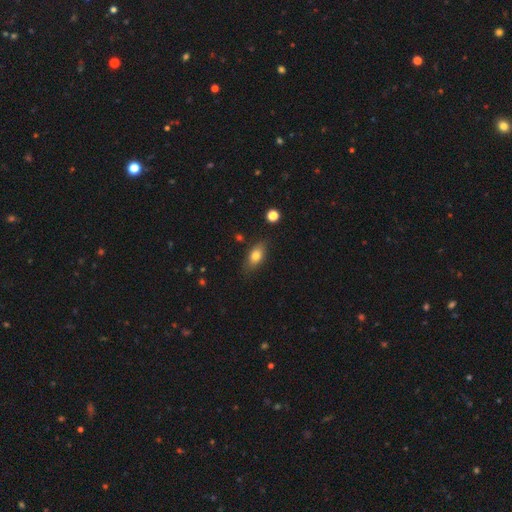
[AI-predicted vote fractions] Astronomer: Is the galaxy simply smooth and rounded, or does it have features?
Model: smooth — 76%.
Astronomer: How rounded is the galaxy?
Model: in between — 84%.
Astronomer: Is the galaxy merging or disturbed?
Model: none — 80%.